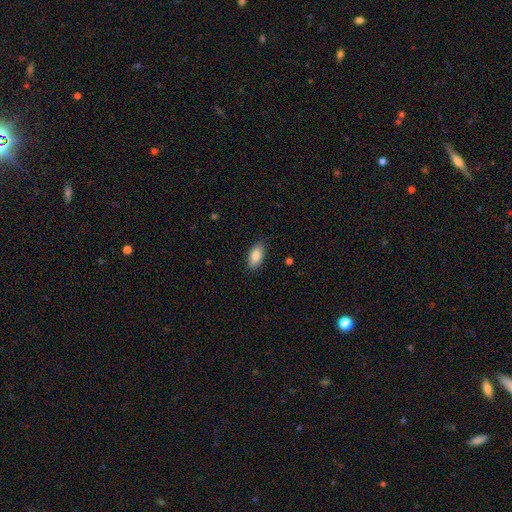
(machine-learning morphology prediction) The model was most divided on "merging": none: 86%, minor disturbance: 11%, major disturbance: 2%, merger: 1%. More confident: how rounded — in between (90%); smooth or featured — smooth (87%).